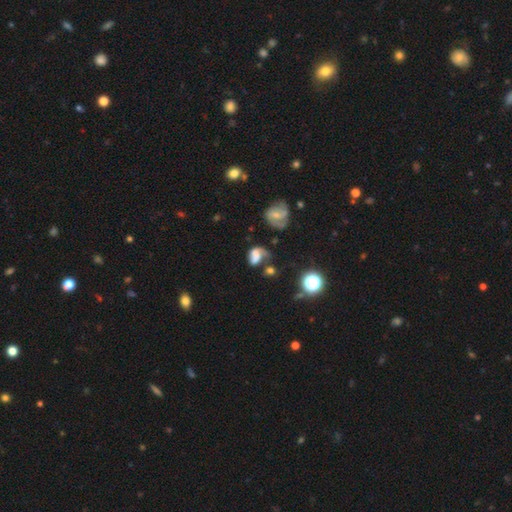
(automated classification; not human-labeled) smooth_or_featured: smooth (p=0.48) [alt: featured or disk p=0.37]
merging: major disturbance (p=0.36) [alt: none p=0.27]